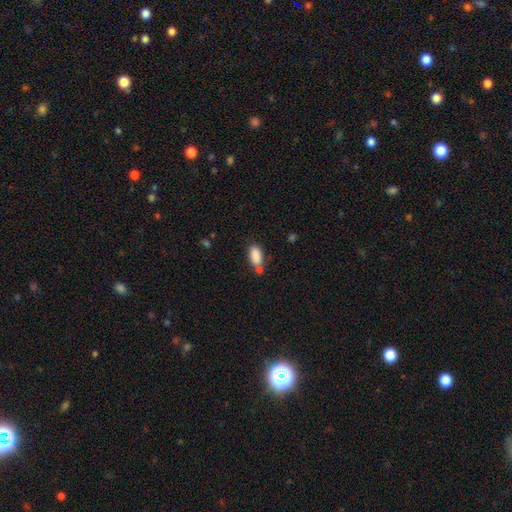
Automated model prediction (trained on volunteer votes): Smooth or featured? Predicted: smooth (p=0.87). How rounded? Predicted: in between (p=0.90). Merging? Predicted: none (p=0.57).